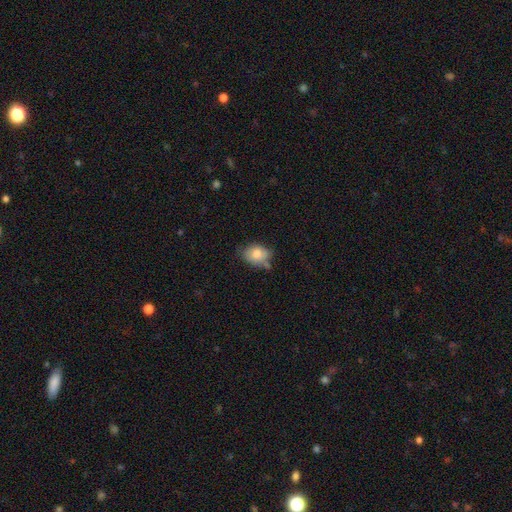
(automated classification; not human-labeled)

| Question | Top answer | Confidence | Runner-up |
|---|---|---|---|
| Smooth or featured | smooth | 79% | featured or disk (13%) |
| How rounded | in between | 71% | round (28%) |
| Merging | none | 54% | minor disturbance (31%) |